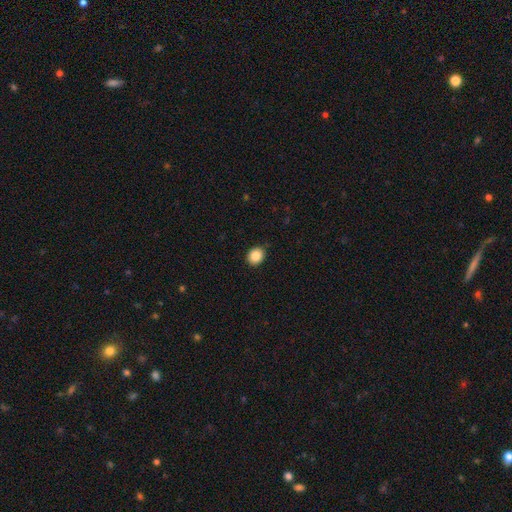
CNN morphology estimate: Smooth or featured: smooth — 87% (star or artifact — 9%)
How rounded: round — 66% (in between — 33%)
Merging: none — 89% (minor disturbance — 8%)